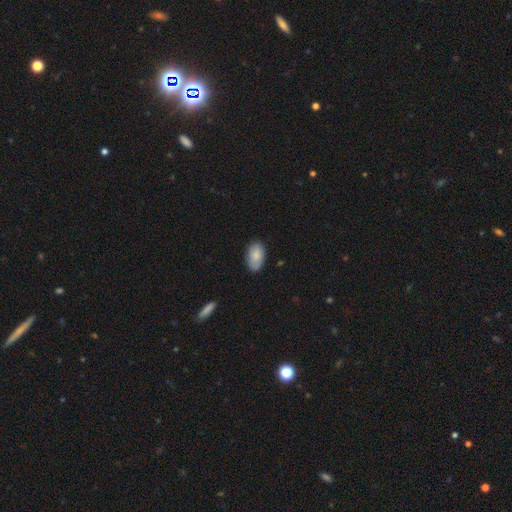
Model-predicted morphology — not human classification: Smooth or featured? smooth (84%)
How rounded? in between (94%)
Merging? none (83%)